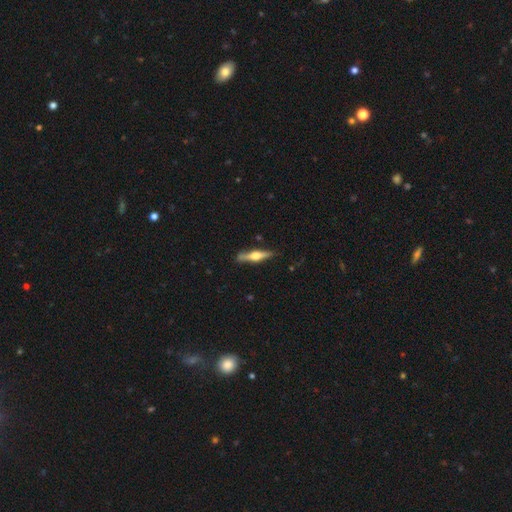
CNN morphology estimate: A featured or disk galaxy (70%) viewed edge-on (97%) with a rounded central bulge (93%).

Vote fractions:
- Smooth or featured? featured or disk: 70% / smooth: 25% / star or artifact: 5%
- Edge-on disk? yes: 97% / no: 3%
- Edge-on bulge? rounded: 93% / boxy: 5% / none: 2%
- Merging? none: 85% / minor disturbance: 11% / major disturbance: 2% / merger: 2%